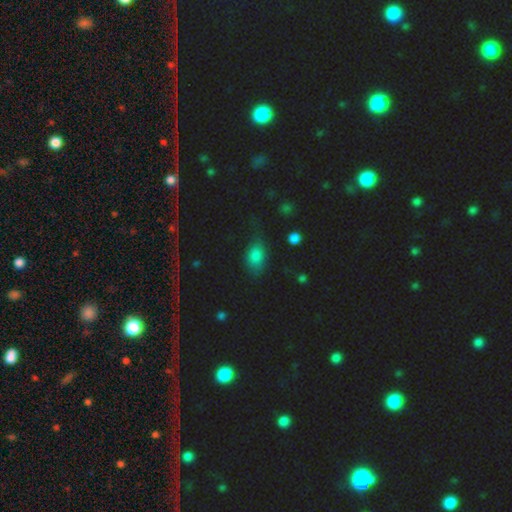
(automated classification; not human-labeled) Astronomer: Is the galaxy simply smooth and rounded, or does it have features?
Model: smooth — 77%.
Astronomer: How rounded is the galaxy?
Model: in between — 83%.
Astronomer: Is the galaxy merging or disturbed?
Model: none — 66%.